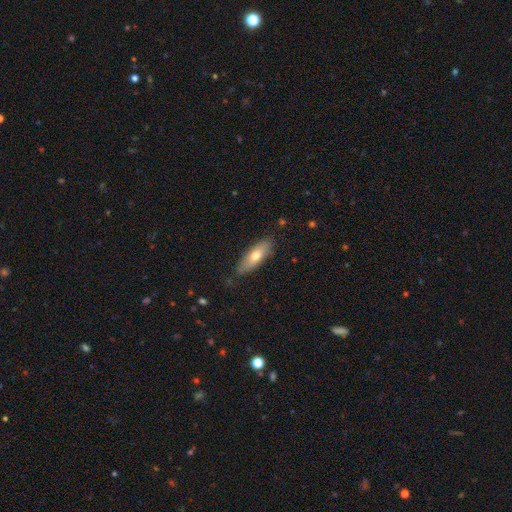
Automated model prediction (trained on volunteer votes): Smooth or featured? Predicted: smooth (p=0.67). How rounded? Predicted: in between (p=0.57). Merging? Predicted: none (p=0.80).